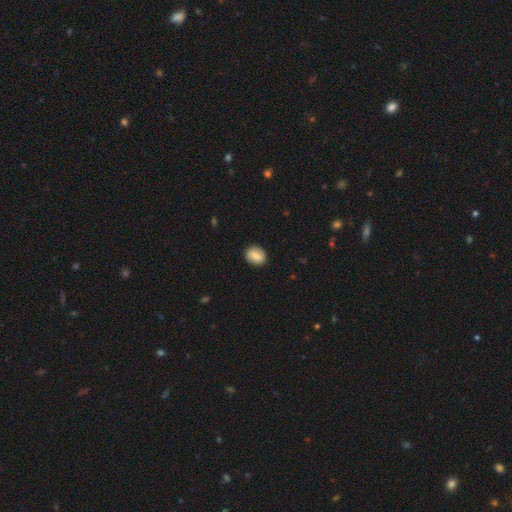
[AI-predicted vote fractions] A smooth galaxy with no disk features (68%) that is round (63%).

Vote fractions:
- Smooth or featured? smooth: 68% / featured or disk: 25% / star or artifact: 8%
- How rounded? round: 63% / in between: 36% / cigar-shaped: 1%
- Merging? none: 88% / minor disturbance: 9% / major disturbance: 2% / merger: 1%